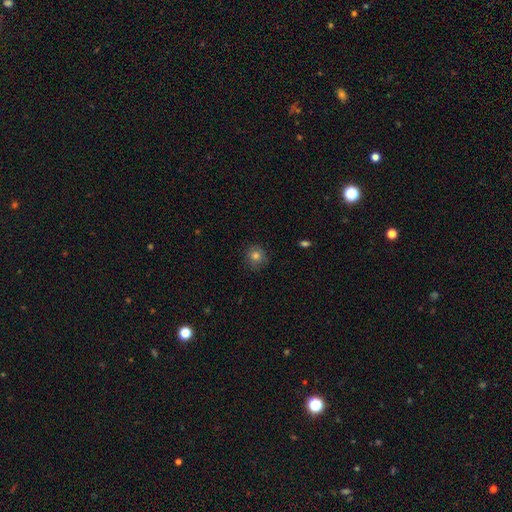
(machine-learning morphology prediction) The model was most divided on "smooth or featured": smooth: 80%, star or artifact: 12%, featured or disk: 8%. More confident: how rounded — round (86%); merging — none (84%).